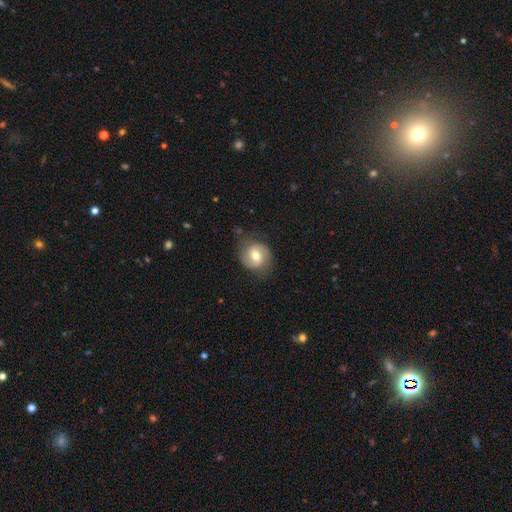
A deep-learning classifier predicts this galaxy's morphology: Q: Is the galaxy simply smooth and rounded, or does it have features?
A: featured or disk — 47%.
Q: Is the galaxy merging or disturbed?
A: none — 76%.